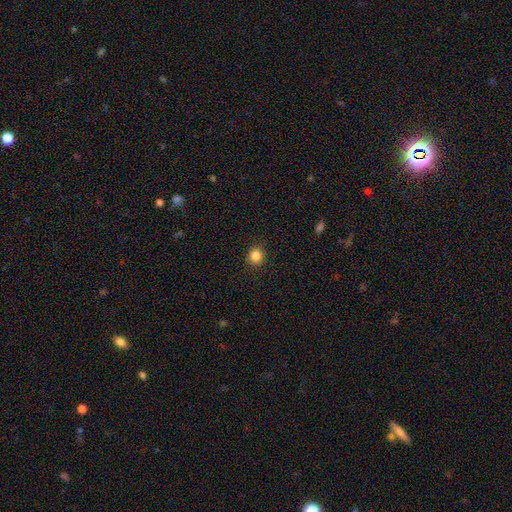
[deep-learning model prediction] Smooth or featured? Predicted: smooth (p=0.85). How rounded? Predicted: round (p=0.86). Merging? Predicted: none (p=0.91).